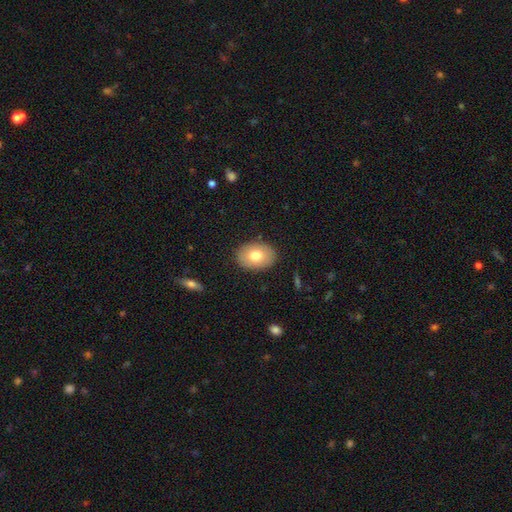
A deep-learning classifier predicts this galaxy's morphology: A smooth galaxy with no disk features (76%) that is in between round and cigar-shaped (78%). Merging: none (87%).